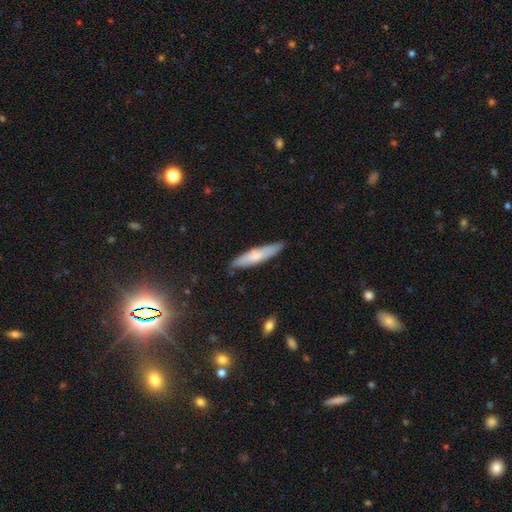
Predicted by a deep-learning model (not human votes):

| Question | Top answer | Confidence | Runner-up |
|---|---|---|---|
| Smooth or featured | smooth | 67% | featured or disk (27%) |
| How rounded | cigar-shaped | 84% | in between (15%) |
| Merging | none | 84% | minor disturbance (13%) |